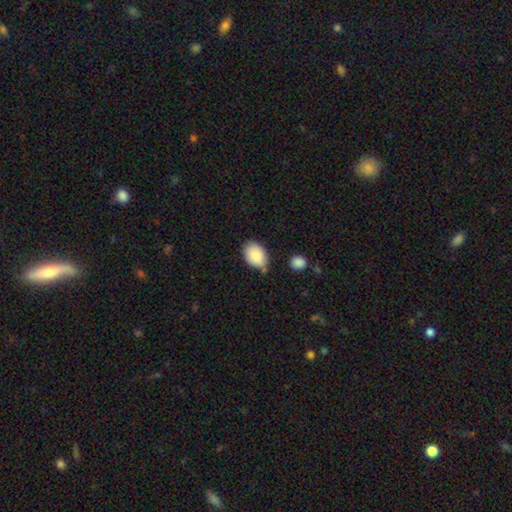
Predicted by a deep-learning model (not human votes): The model was most divided on "merging": none: 65%, minor disturbance: 24%, merger: 7%, major disturbance: 5%. More confident: smooth or featured — smooth (88%); how rounded — in between (84%).